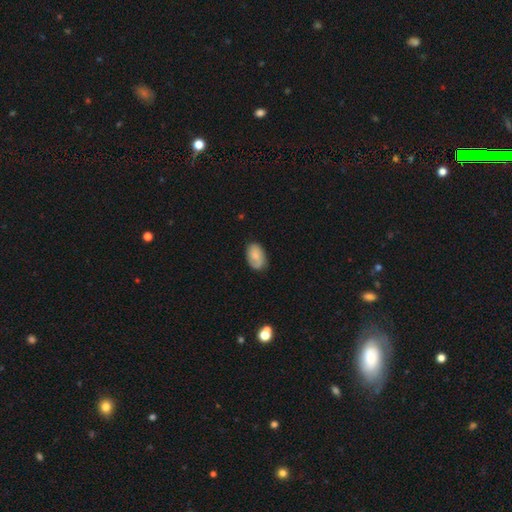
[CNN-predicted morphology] This appears to be a smooth galaxy with no disk features (70%) that is in between round and cigar-shaped (89%). Merging: none (75%).